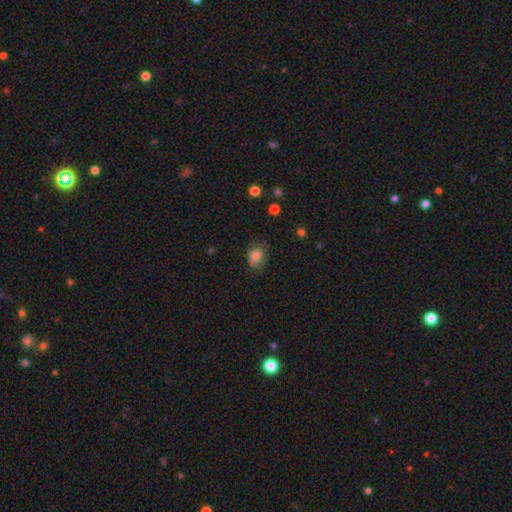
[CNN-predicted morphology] Smooth or featured? smooth (80%)
How rounded? round (52%)
Merging? none (67%)